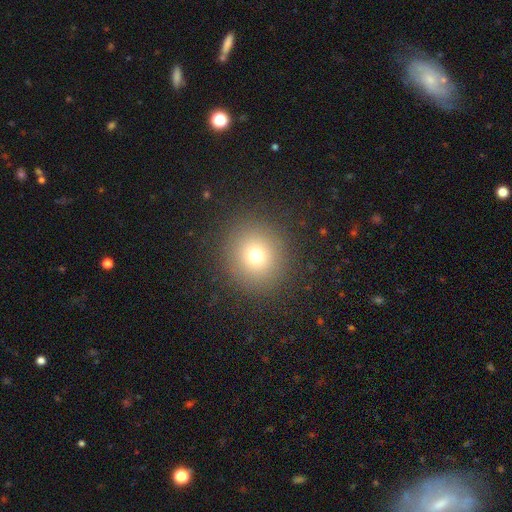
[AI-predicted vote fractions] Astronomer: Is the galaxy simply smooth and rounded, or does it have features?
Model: smooth — 72%.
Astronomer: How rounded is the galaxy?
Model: round — 91%.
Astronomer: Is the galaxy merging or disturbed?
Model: none — 89%.